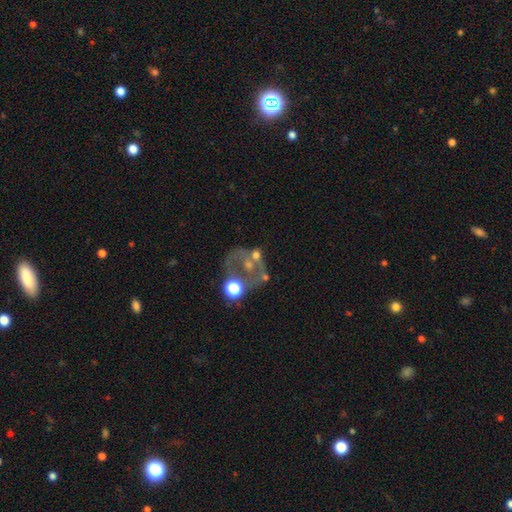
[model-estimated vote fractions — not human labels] A featured or disk galaxy (45%). Merging: merger (39%).